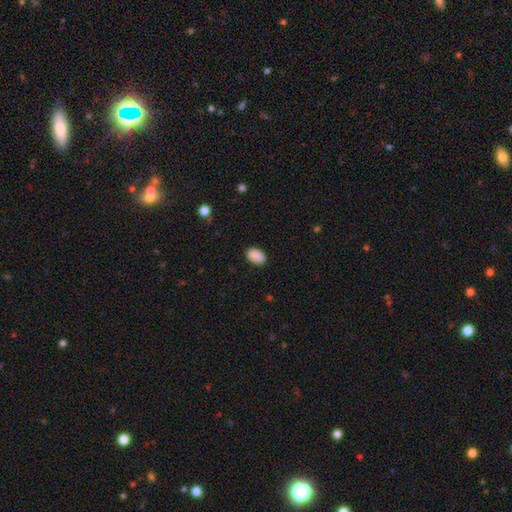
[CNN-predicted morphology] Overall: smooth (89%). How rounded: in between (88%). Merging: none (85%).